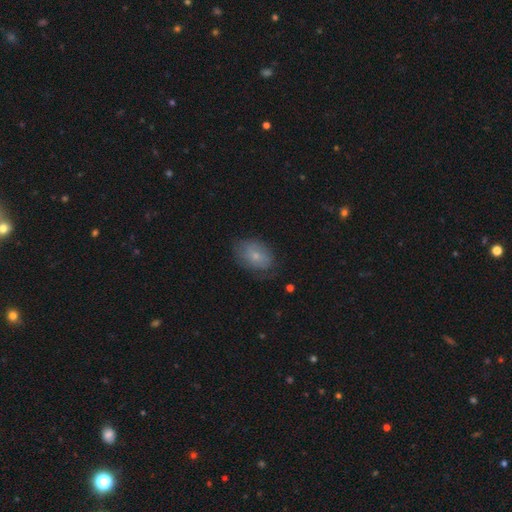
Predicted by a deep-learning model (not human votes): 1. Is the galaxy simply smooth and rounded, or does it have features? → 69% smooth, 23% featured or disk, 8% star or artifact.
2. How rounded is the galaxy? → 79% in between, 19% round, 1% cigar-shaped.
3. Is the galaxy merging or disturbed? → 66% none, 25% minor disturbance, 8% major disturbance, 1% merger.